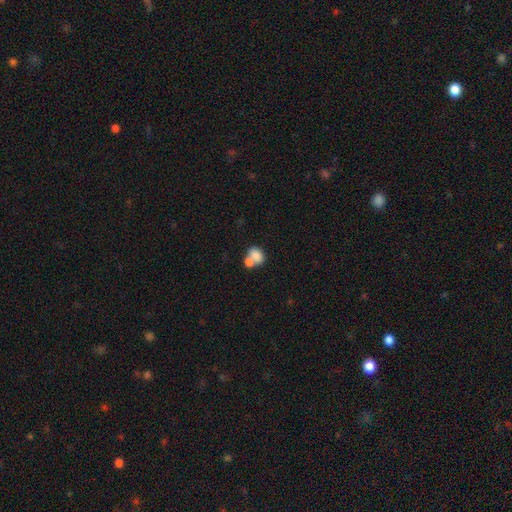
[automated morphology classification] Smooth or featured?
  - smooth: 78% *
  - featured or disk: 13%
  - star or artifact: 9%
How rounded?
  - in between: 68% *
  - round: 30%
  - cigar-shaped: 1%
Merging?
  - merger: 58% *
  - none: 28%
  - minor disturbance: 9%
  - major disturbance: 5%